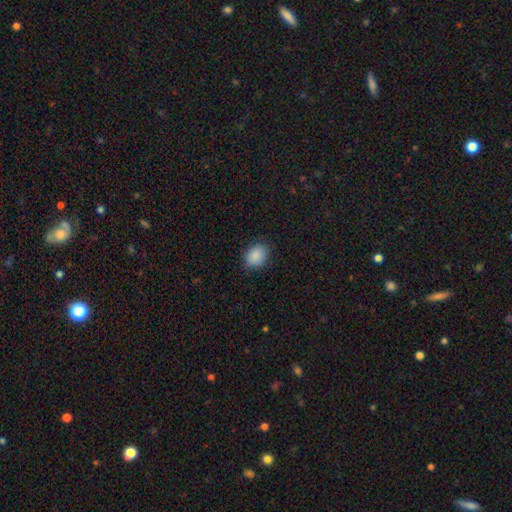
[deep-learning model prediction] The model was most divided on "how rounded": in between: 58%, round: 41%, cigar-shaped: 1%. More confident: smooth or featured — smooth (89%); merging — none (84%).